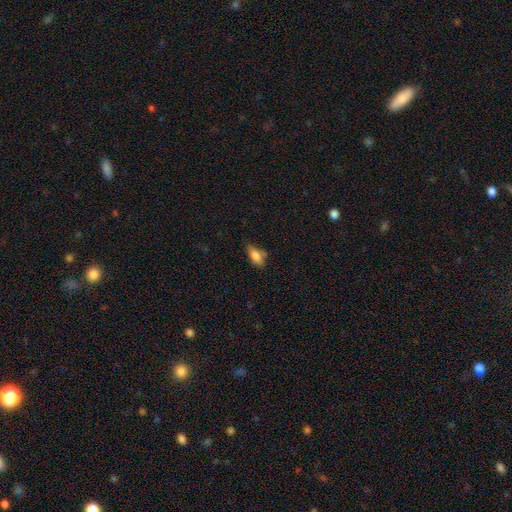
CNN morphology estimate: This appears to be a smooth galaxy with no disk features (78%) that is in between round and cigar-shaped (81%). Merging: none (55%).